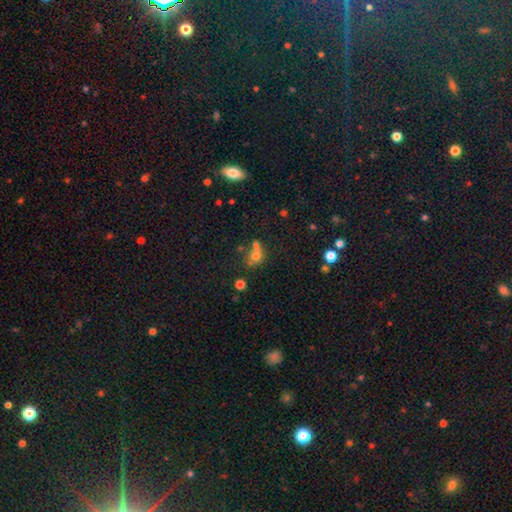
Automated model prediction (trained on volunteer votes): smooth 61%, star or artifact 20%, featured or disk 19%. Down the decision tree: how rounded — round (71%); merging — merger (43%).